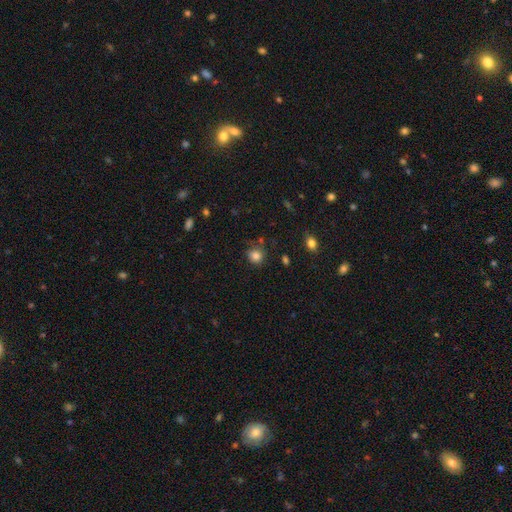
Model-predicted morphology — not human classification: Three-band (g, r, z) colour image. It shows a smooth galaxy with no disk features (83%) that is round (78%). Merging: none (71%).